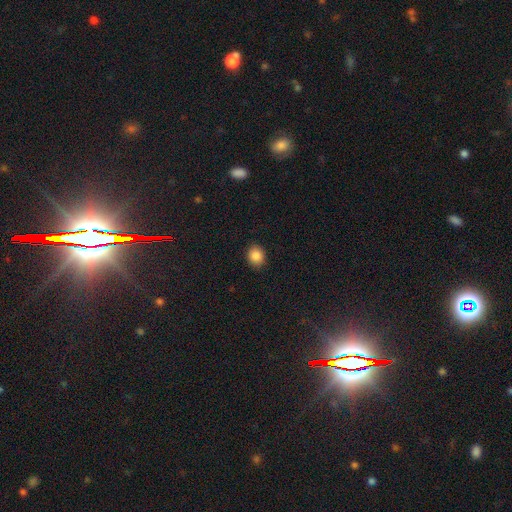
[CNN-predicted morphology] The model was most divided on "how rounded": round: 61%, in between: 38%, cigar-shaped: 1%. More confident: merging — none (89%); smooth or featured — smooth (87%).